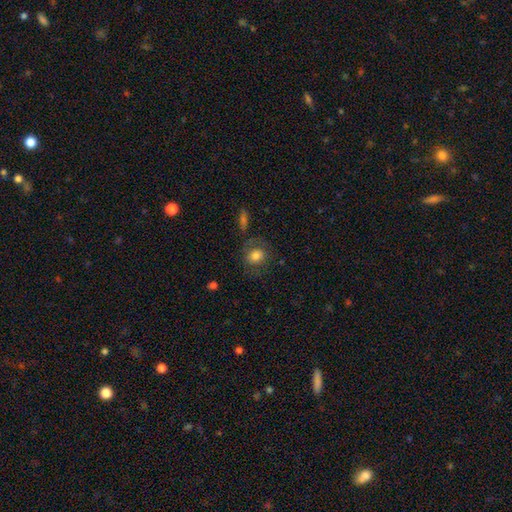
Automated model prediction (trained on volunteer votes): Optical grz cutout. It shows a smooth galaxy with no disk features (74%) that is round (68%). Merging: none (71%).